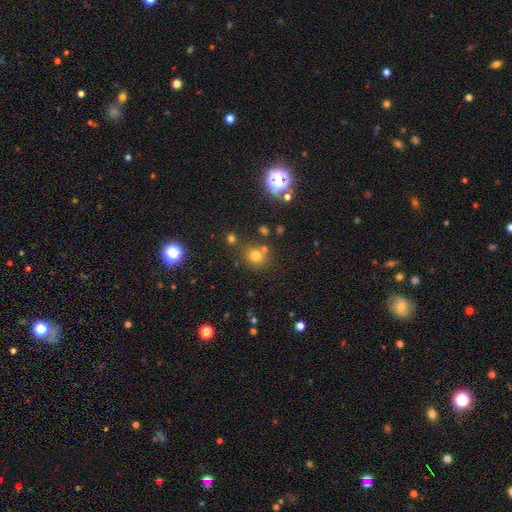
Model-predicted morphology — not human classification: This appears to be a smooth galaxy with no disk features (70%) that is round (82%). Merging: none (70%).